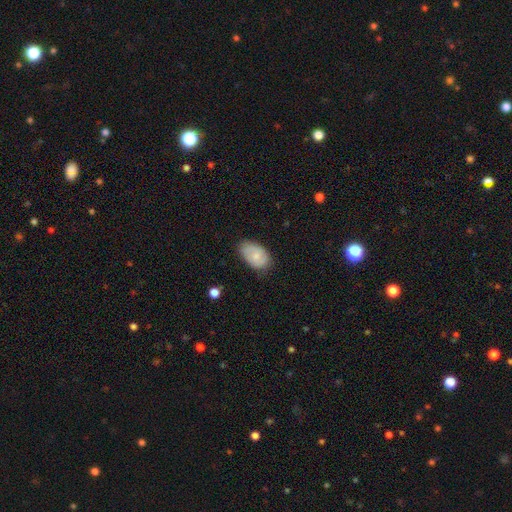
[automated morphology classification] Smooth or featured: smooth — 72% (featured or disk — 21%)
How rounded: in between — 92% (round — 7%)
Merging: none — 73% (minor disturbance — 21%)